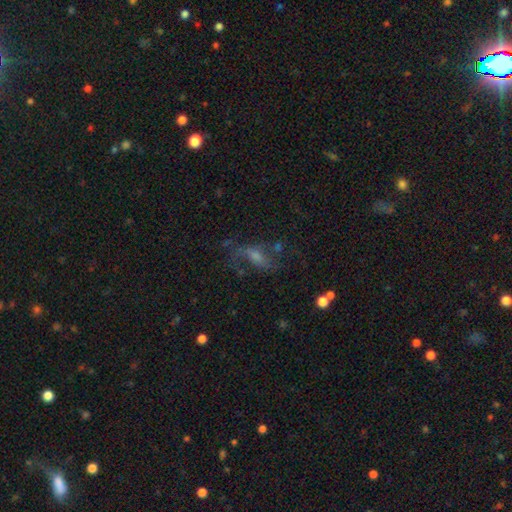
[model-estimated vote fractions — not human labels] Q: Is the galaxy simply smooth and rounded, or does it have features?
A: featured or disk — 51%.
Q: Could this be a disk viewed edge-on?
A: no — 85%.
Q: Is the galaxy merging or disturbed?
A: none — 52%.